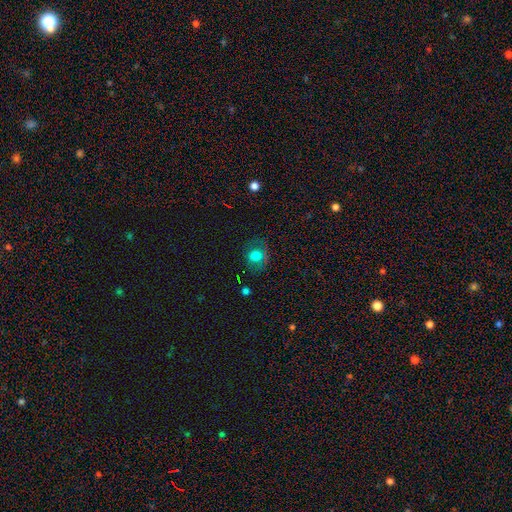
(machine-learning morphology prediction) smooth 68%, featured or disk 19%, star or artifact 13%. Down the decision tree: how rounded — round (73%); merging — none (68%).